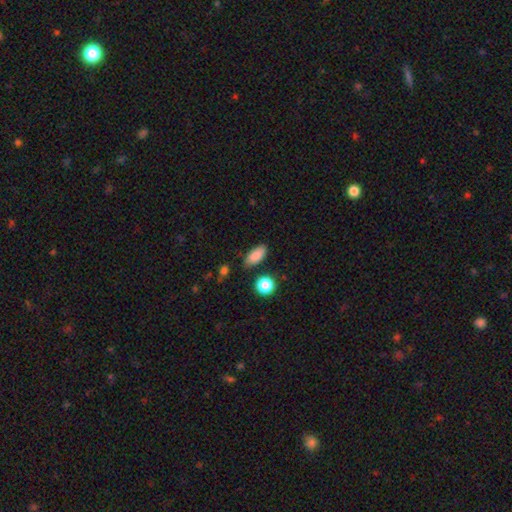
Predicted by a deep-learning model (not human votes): Smooth or featured? Predicted: smooth (p=0.86). How rounded? Predicted: in between (p=0.82). Merging? Predicted: none (p=0.81).